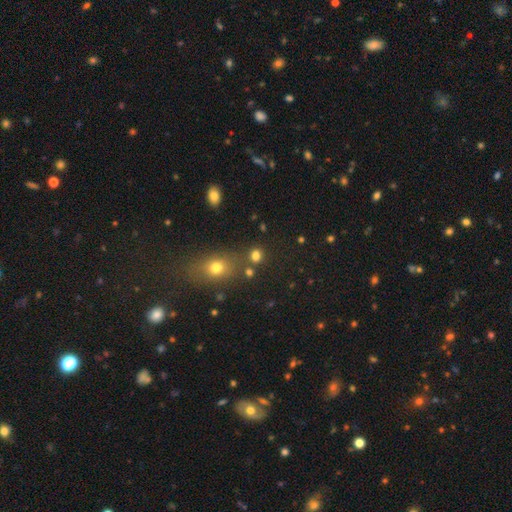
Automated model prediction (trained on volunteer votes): A smooth galaxy with no disk features (77%) that is round (78%). Merging: none (73%).